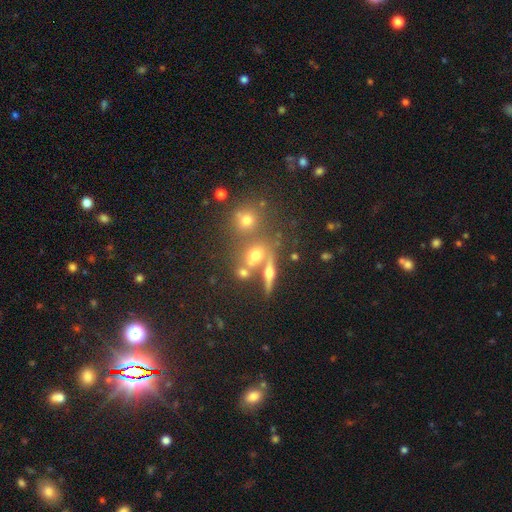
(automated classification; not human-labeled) smooth 48%, featured or disk 34%, star or artifact 19%. Down the decision tree: merging — none (56%).